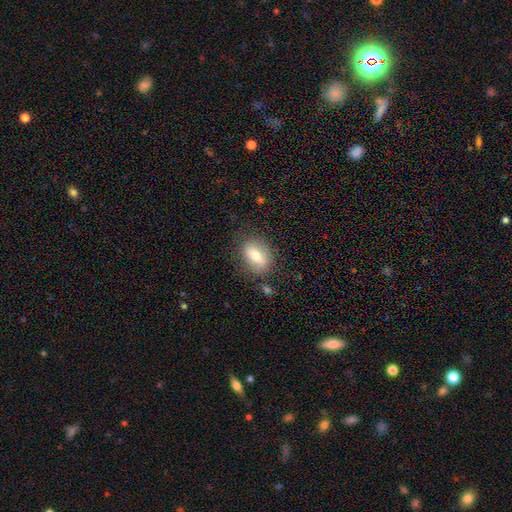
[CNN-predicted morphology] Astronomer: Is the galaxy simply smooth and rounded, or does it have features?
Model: smooth — 67%.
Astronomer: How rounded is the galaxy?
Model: in between — 76%.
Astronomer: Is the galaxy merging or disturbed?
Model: none — 78%.